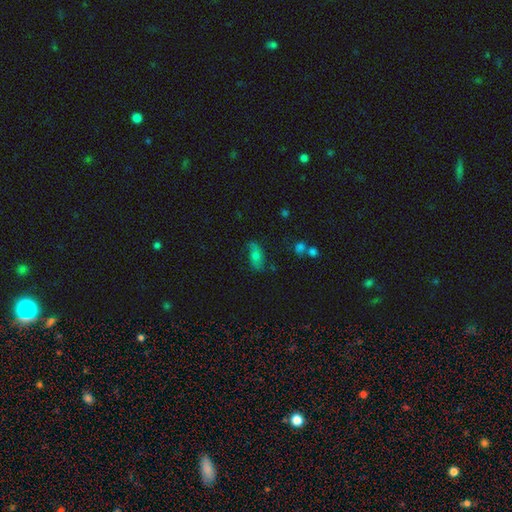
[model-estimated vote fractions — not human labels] Smooth or featured? smooth (57%)
How rounded? in between (78%)
Merging? none (61%)